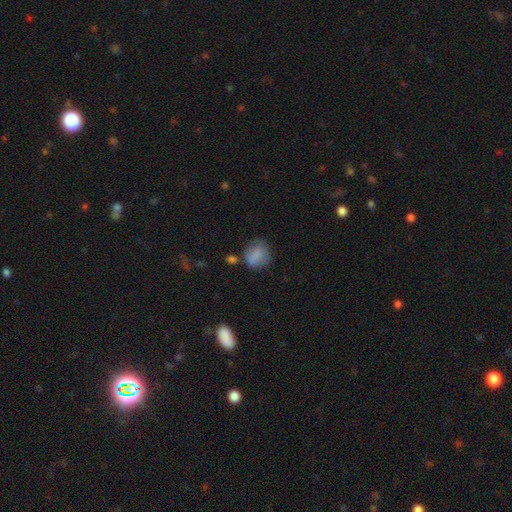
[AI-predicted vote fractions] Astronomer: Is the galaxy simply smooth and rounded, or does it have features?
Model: smooth — 77%.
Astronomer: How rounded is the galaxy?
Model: round — 66%.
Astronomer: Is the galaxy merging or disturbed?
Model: none — 59%.